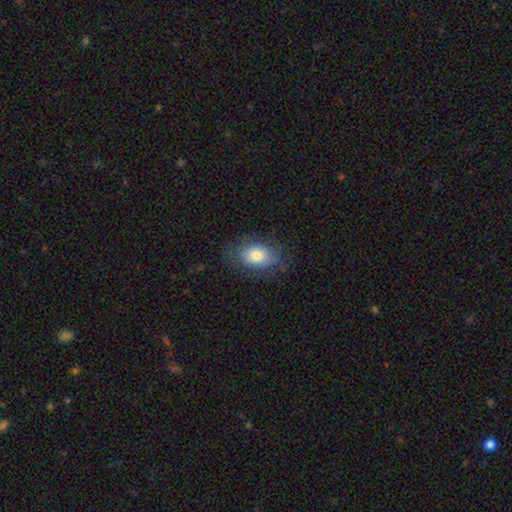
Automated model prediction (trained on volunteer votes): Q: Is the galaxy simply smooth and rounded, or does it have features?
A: smooth — 71%.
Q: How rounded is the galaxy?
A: in between — 84%.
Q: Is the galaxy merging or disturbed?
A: none — 68%.